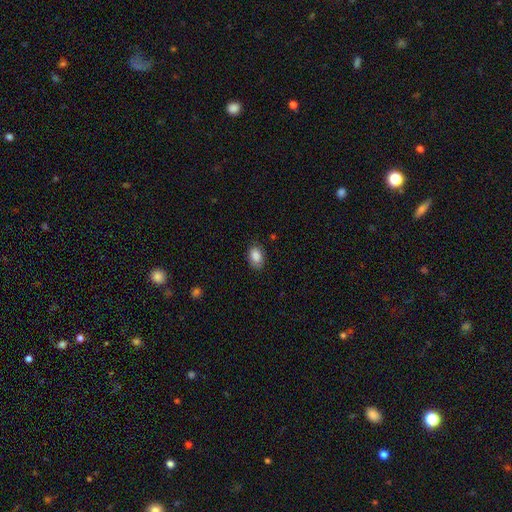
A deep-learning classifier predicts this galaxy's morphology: smooth 86%, star or artifact 7%, featured or disk 6%. Down the decision tree: how rounded — in between (86%); merging — none (81%).